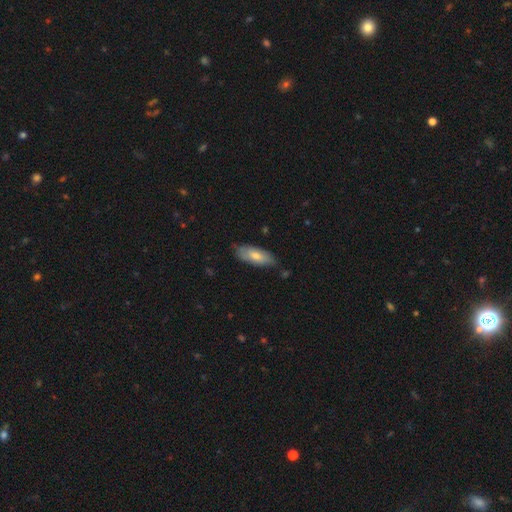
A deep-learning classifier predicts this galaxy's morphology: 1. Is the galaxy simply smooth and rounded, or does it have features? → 63% smooth, 30% featured or disk, 6% star or artifact.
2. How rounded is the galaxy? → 79% in between, 19% cigar-shaped, 2% round.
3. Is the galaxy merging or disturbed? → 75% none, 20% minor disturbance, 3% major disturbance, 2% merger.